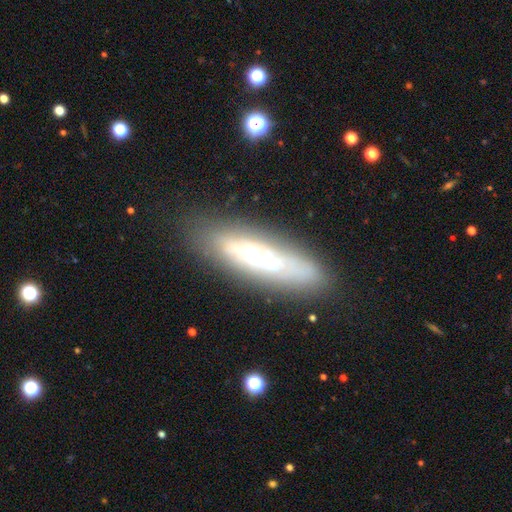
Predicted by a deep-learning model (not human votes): featured or disk 66%, smooth 26%, star or artifact 9%. Down the decision tree: edge-on disk — no (61%); merging — none (71%).